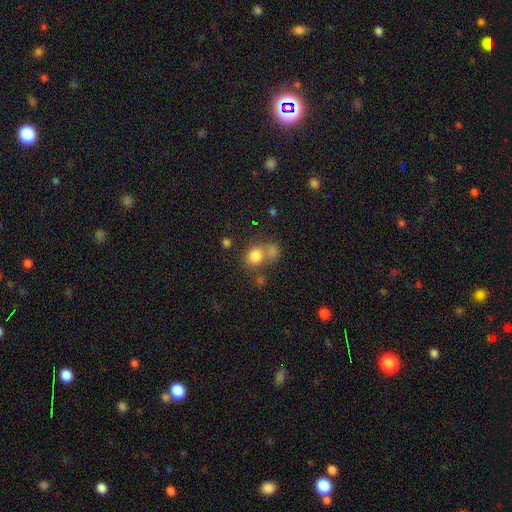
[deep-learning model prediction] Smooth or featured? Predicted: smooth (p=0.79). How rounded? Predicted: round (p=0.78). Merging? Predicted: none (p=0.47).